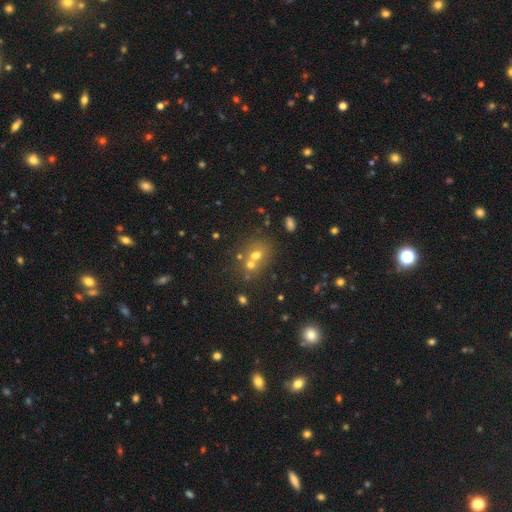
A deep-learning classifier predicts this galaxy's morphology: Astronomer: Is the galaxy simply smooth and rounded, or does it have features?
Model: smooth — 56%.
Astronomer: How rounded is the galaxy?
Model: round — 69%.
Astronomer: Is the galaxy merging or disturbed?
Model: merger — 45% (runner-up: none, 43%).